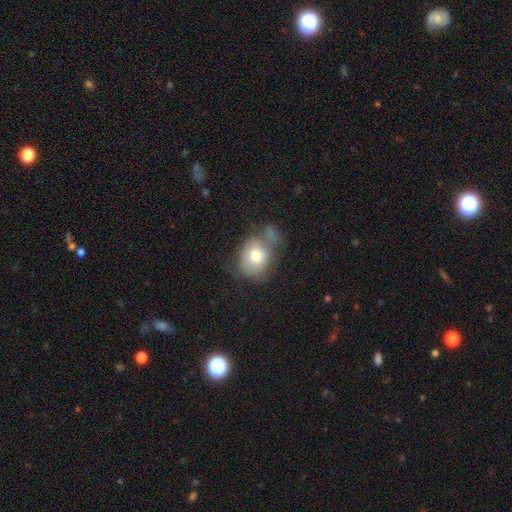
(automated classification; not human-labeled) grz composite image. It shows a smooth galaxy with no disk features (71%) that is round (54%). Merging: none (37%).